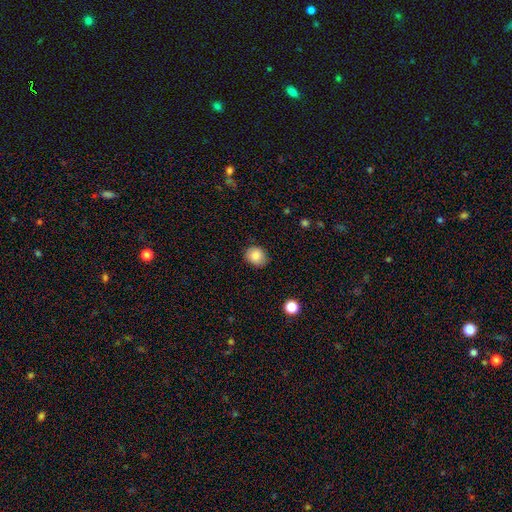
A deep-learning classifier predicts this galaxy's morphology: Smooth or featured: smooth — 85% (star or artifact — 9%)
How rounded: round — 66% (in between — 33%)
Merging: none — 84% (minor disturbance — 13%)